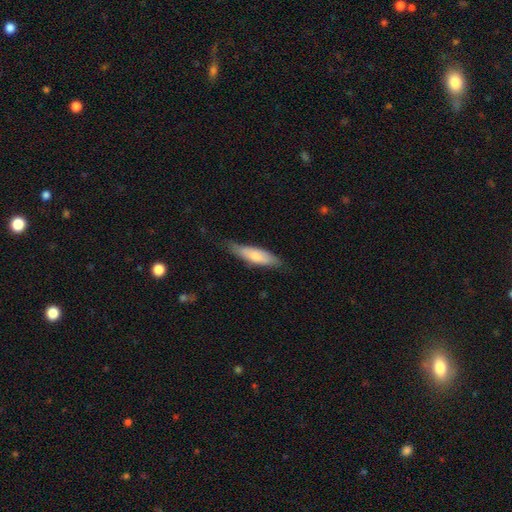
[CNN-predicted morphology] Smooth or featured?
  - smooth: 70% *
  - featured or disk: 24%
  - star or artifact: 5%
How rounded?
  - cigar-shaped: 58% *
  - in between: 40%
  - round: 2%
Merging?
  - none: 70% *
  - minor disturbance: 24%
  - major disturbance: 5%
  - merger: 1%